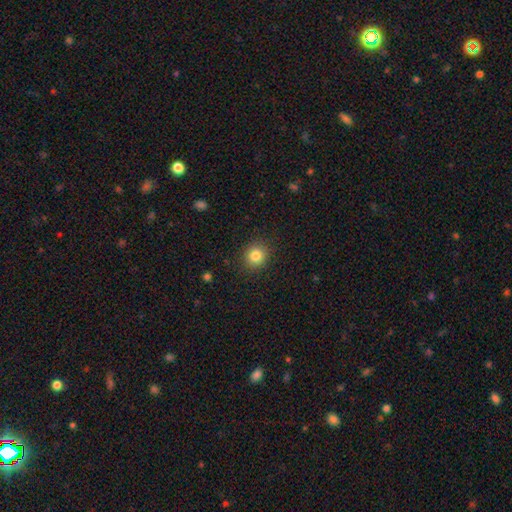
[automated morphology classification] This is clearly a smooth galaxy (83%). How rounded: clearly round (84%). Merging: clearly none (89%).